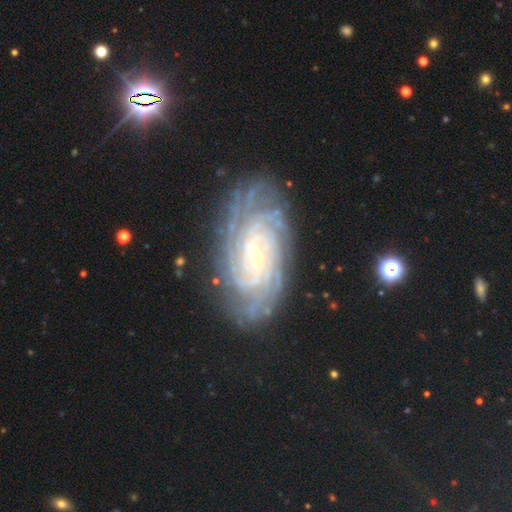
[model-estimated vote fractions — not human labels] Morphology: type=featured or disk (89%); edge-on=no (96%); bar=no (54%); spiral arms=yes (98%); winding=tight (78%); arm count=can't tell (25%, tied with more than 4); bulge=small (78%); merging=none (81%).